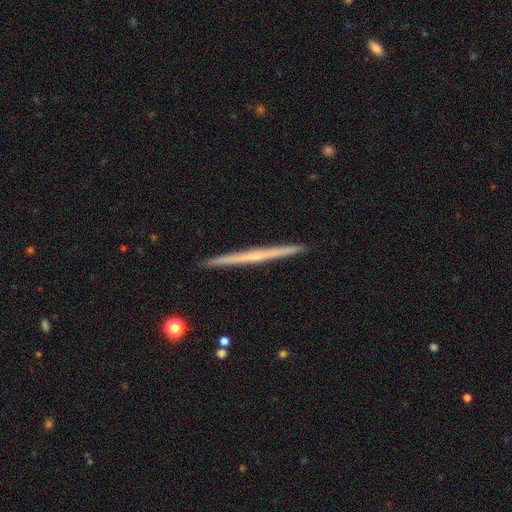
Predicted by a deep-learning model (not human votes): Smooth or featured?
  - featured or disk: 65% *
  - smooth: 29%
  - star or artifact: 6%
Edge-on disk?
  - yes: 98% *
  - no: 2%
Edge-on bulge?
  - none: 73% *
  - rounded: 23%
  - boxy: 4%
Merging?
  - none: 93% *
  - minor disturbance: 5%
  - merger: 1%
  - major disturbance: 1%